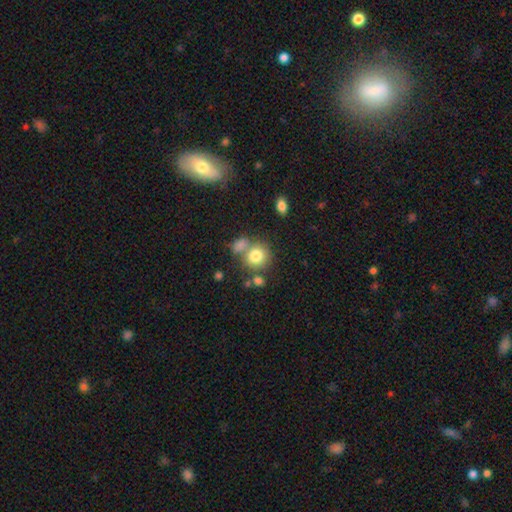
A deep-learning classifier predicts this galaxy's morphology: smooth-or-featured: smooth: 79% | featured or disk: 11% | star or artifact: 11%
  how-rounded: round: 82% | in between: 17% | cigar-shaped: 1%
  merging: none: 56% | merger: 27% | minor disturbance: 12% | major disturbance: 5%